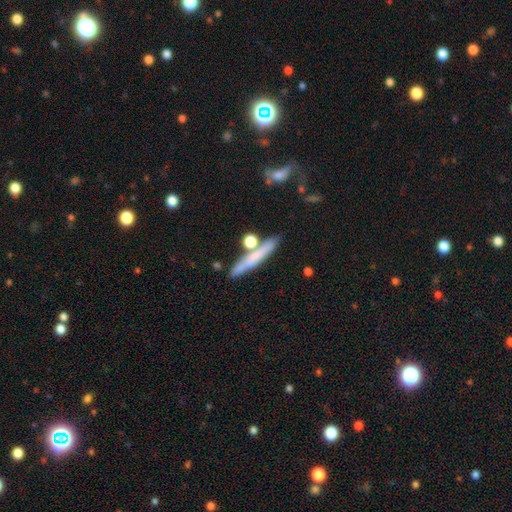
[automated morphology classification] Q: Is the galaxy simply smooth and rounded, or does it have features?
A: smooth — 60%.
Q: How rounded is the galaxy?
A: cigar-shaped — 86%.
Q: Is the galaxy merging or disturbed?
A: none — 73%.